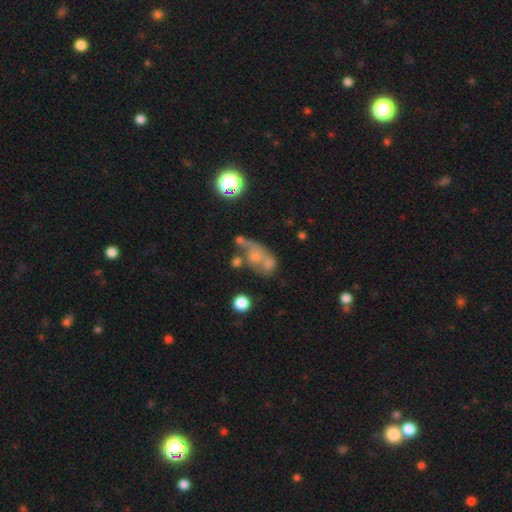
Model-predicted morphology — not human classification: smooth_or_featured: smooth (p=0.47) [alt: featured or disk p=0.35]
merging: merger (p=0.44) [alt: none p=0.22]